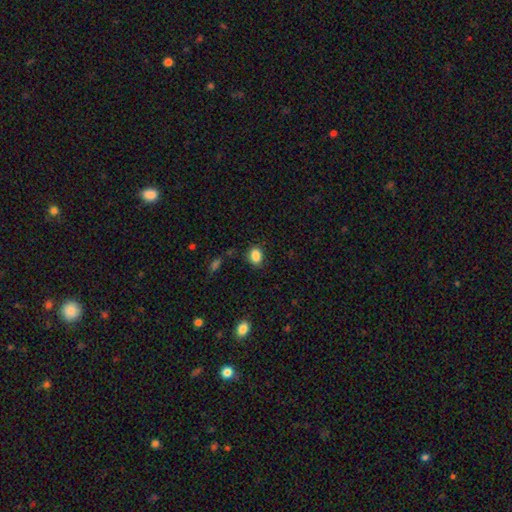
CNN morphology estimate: smooth-or-featured: smooth: 87% | star or artifact: 9% | featured or disk: 4%
  how-rounded: in between: 69% | round: 30% | cigar-shaped: 1%
  merging: none: 84% | minor disturbance: 11% | major disturbance: 3% | merger: 2%